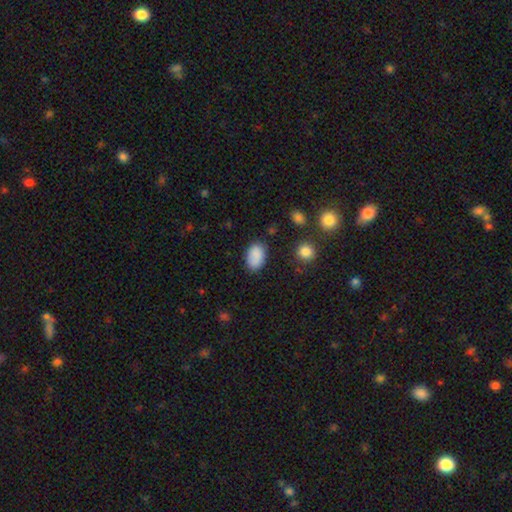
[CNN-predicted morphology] Smooth or featured? smooth (88%)
How rounded? in between (88%)
Merging? none (80%)